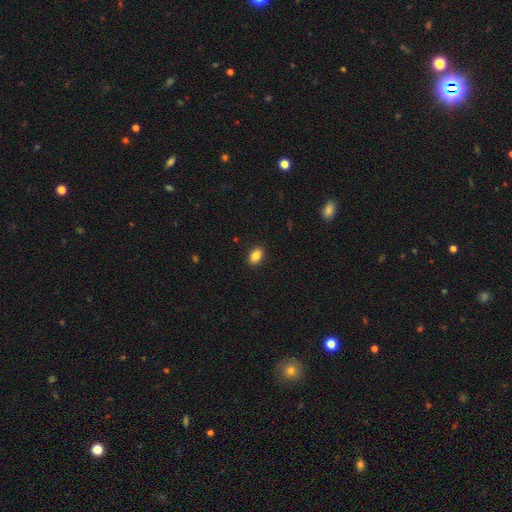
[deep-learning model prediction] This is clearly a smooth galaxy (86%). How rounded: clearly in between (81%). Merging: clearly none (90%).